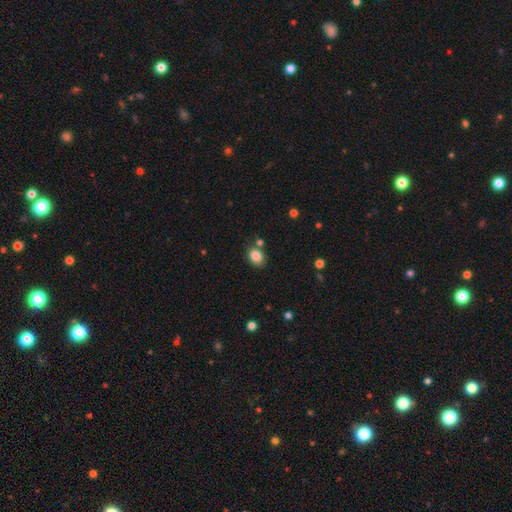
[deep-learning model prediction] Q: Smooth or featured?
A: smooth (85%); runner-up: star or artifact (10%)
Q: How rounded?
A: in between (61%); runner-up: round (38%)
Q: Merging?
A: none (74%); runner-up: minor disturbance (13%)